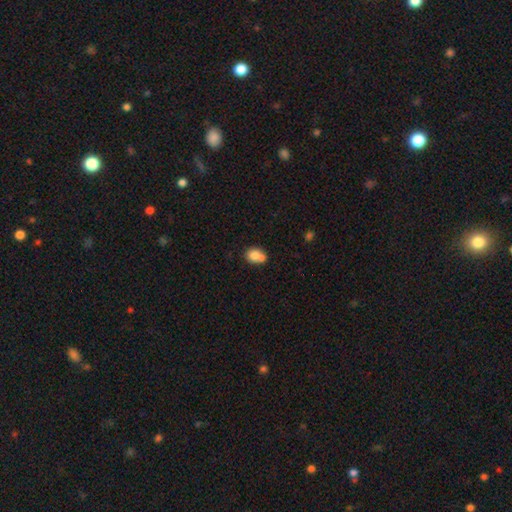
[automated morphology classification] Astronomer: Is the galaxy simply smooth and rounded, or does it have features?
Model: smooth — 77%.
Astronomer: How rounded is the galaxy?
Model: round — 57% (runner-up: in between, 42%).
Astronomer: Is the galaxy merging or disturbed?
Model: merger — 46% (runner-up: none, 40%).